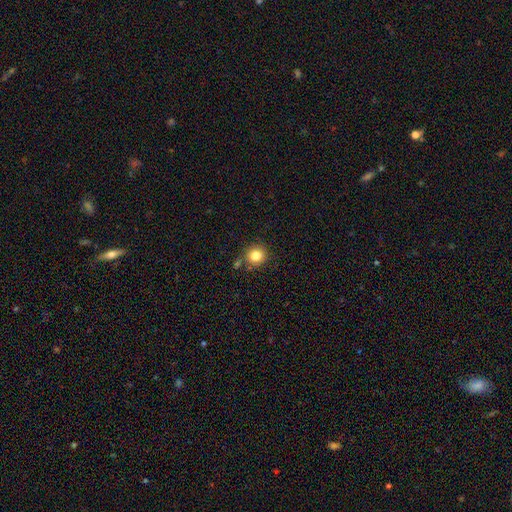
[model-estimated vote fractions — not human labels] smooth-or-featured: smooth: 82% | star or artifact: 11% | featured or disk: 6%
  how-rounded: round: 89% | in between: 10% | cigar-shaped: 1%
  merging: none: 77% | minor disturbance: 11% | merger: 8% | major disturbance: 3%